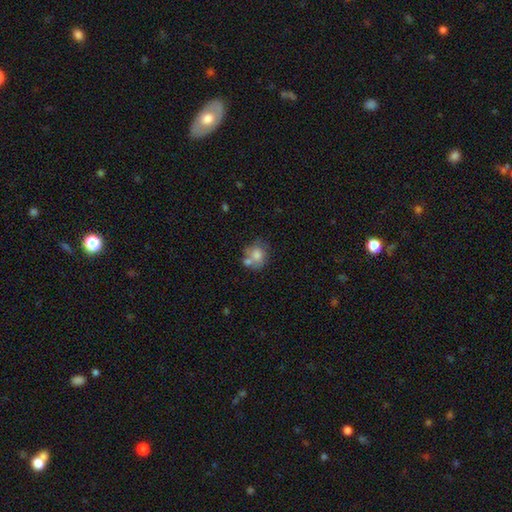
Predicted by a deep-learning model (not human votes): Q: Smooth or featured?
A: smooth (70%); runner-up: featured or disk (21%)
Q: How rounded?
A: round (69%); runner-up: in between (30%)
Q: Merging?
A: none (44%); runner-up: merger (31%)